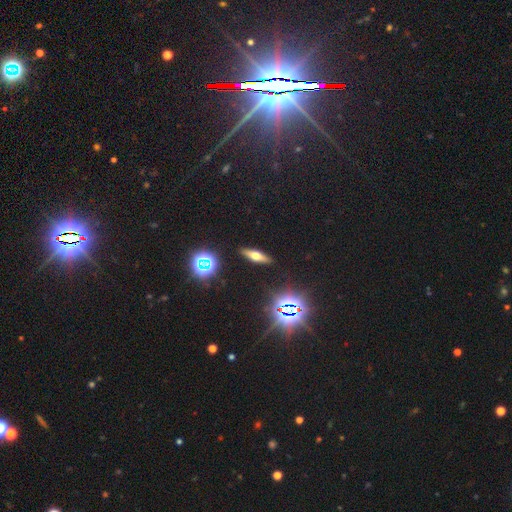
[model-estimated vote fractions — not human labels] smooth 42%, featured or disk 38%, star or artifact 21%. Down the decision tree: merging — none (90%).